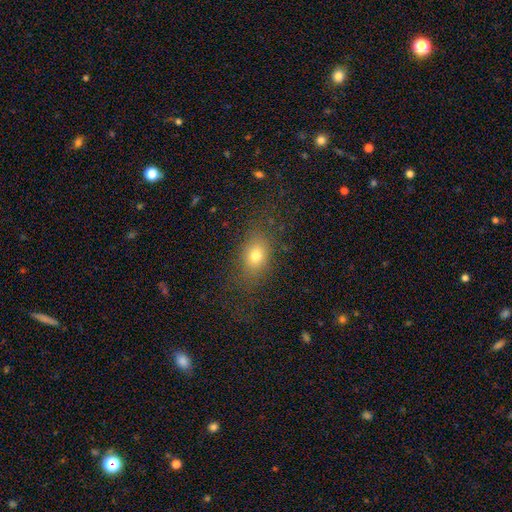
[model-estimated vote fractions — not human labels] Q: Smooth or featured?
A: smooth (74%); runner-up: star or artifact (13%)
Q: How rounded?
A: in between (72%); runner-up: round (26%)
Q: Merging?
A: none (75%); runner-up: minor disturbance (14%)